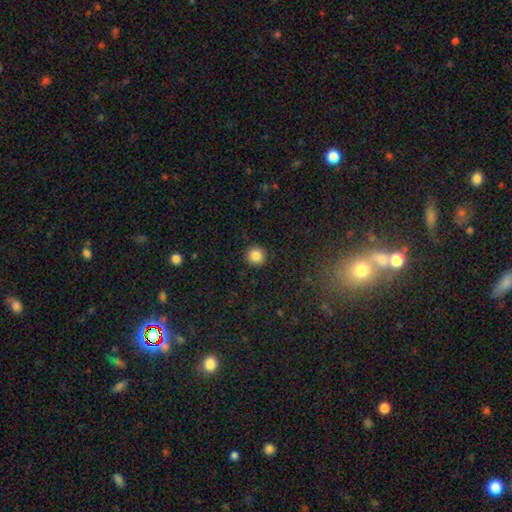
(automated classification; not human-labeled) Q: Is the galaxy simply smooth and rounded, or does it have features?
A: smooth — 84%.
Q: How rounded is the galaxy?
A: round — 94%.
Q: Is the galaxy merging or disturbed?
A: none — 92%.